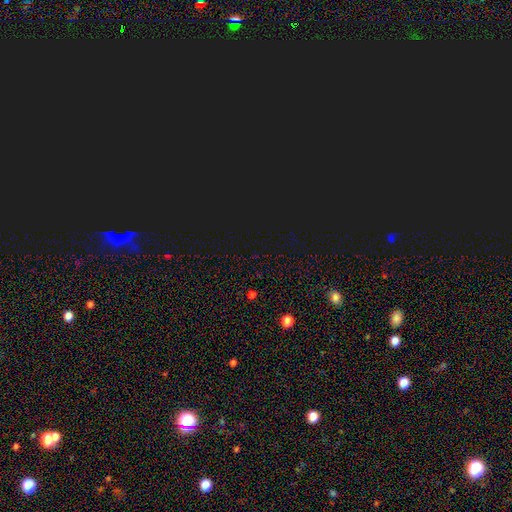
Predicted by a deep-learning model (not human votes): A star or artifact, not a galaxy (74%).

Vote fractions:
- Smooth or featured? star or artifact: 74% / smooth: 19% / featured or disk: 6%